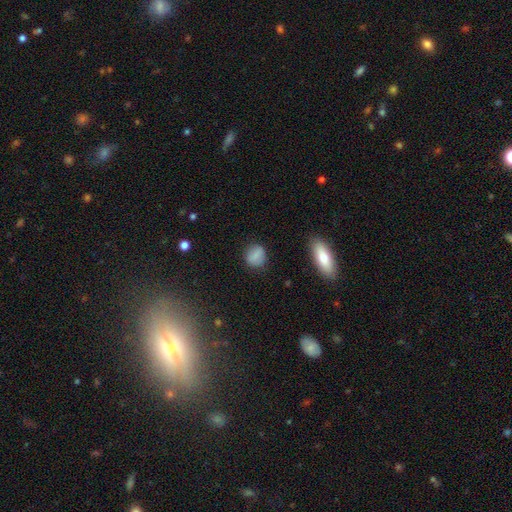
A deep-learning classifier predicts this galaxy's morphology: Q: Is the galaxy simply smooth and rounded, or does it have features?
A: smooth — 84%.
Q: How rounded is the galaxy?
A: round — 58%.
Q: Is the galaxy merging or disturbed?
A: none — 81%.